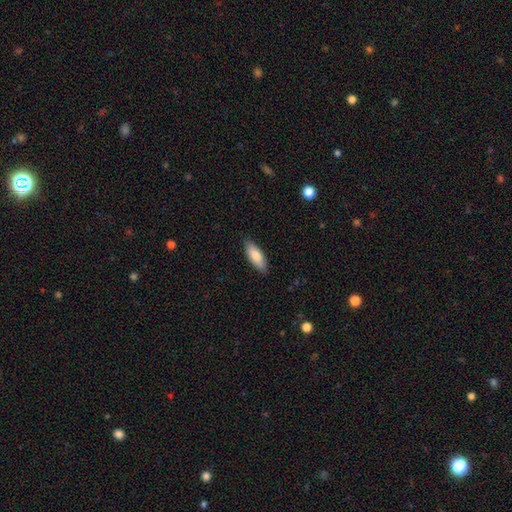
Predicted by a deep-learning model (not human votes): The model was most divided on "how rounded": in between: 67%, cigar-shaped: 32%, round: 2%. More confident: merging — none (86%); smooth or featured — smooth (82%).